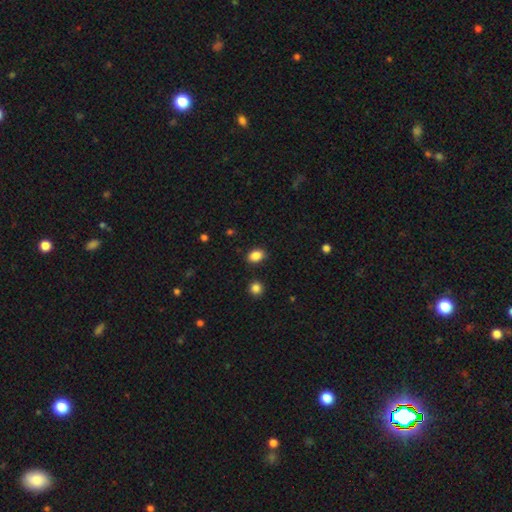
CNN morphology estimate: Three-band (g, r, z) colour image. It shows a smooth galaxy with no disk features (87%) that is in between round and cigar-shaped (77%). Merging: none (86%).